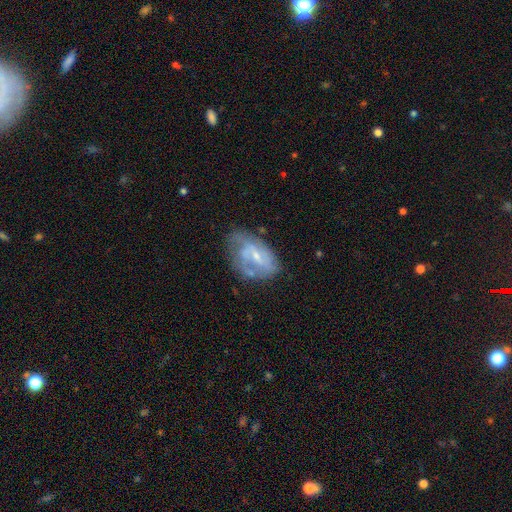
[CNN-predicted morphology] The model was most divided on "spiral winding": medium: 43%, tight: 31%, loose: 25%. Remaining: edge-on disk — no (96%); spiral arms — yes (74%); smooth or featured — featured or disk (71%); bulge size — small (61%); bar — weak (51%); merging — none (48%); spiral arm count — 2 (48%).